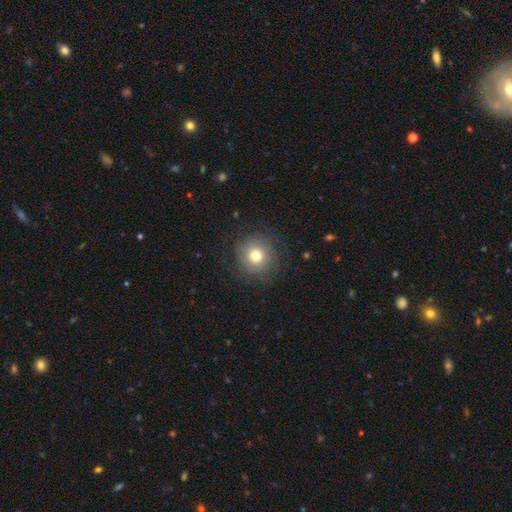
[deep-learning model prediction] smooth_or_featured: smooth (p=0.74) [alt: featured or disk p=0.14]
how_rounded: round (p=0.93) [alt: in between p=0.06]
merging: none (p=0.83) [alt: minor disturbance p=0.11]